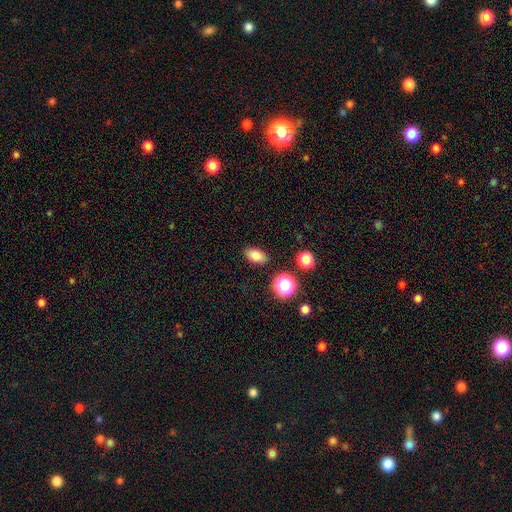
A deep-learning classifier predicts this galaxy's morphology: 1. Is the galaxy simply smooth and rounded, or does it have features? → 80% smooth, 12% star or artifact, 9% featured or disk.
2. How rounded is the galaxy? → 87% in between, 11% round, 2% cigar-shaped.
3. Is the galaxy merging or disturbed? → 87% none, 9% minor disturbance, 2% merger, 2% major disturbance.